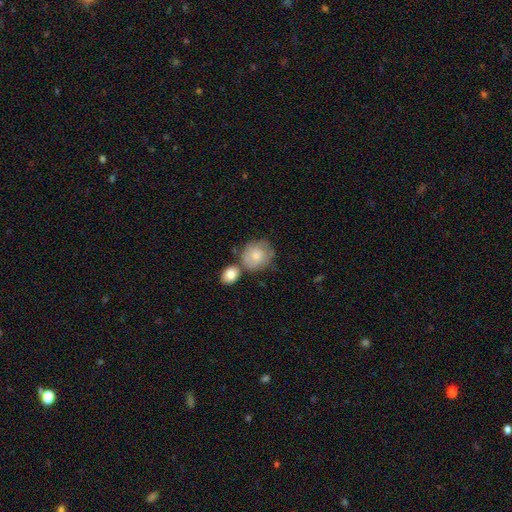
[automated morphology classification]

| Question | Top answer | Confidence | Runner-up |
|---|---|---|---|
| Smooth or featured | smooth | 69% | featured or disk (25%) |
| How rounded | round | 78% | in between (21%) |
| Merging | none | 48% | merger (22%) |